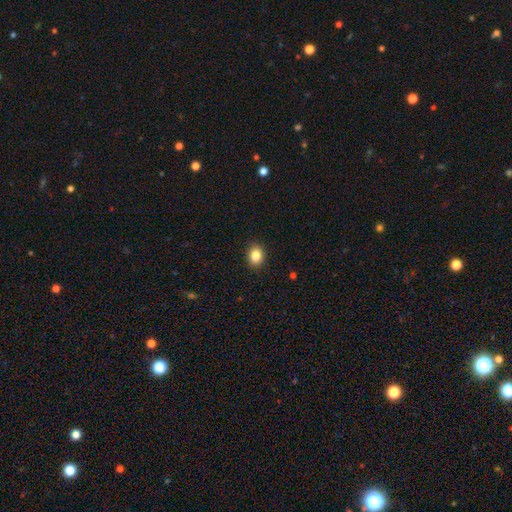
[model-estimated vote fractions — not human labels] Overall: smooth (85%). How rounded: in between (56%; round 43%). Merging: none (90%).